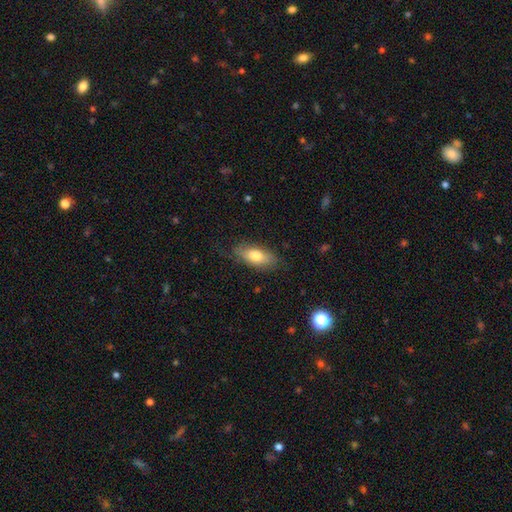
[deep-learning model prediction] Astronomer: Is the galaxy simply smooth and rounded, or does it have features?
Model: smooth — 73%.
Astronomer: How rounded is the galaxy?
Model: in between — 83%.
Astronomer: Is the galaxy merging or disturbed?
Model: none — 74%.